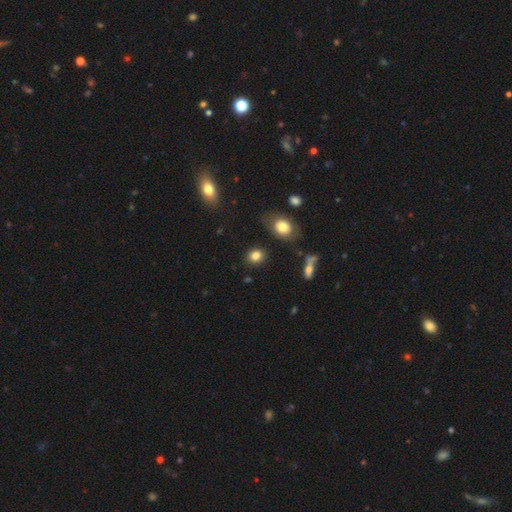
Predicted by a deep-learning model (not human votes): smooth 83%, star or artifact 11%, featured or disk 7%. Down the decision tree: how rounded — round (62%); merging — none (85%).